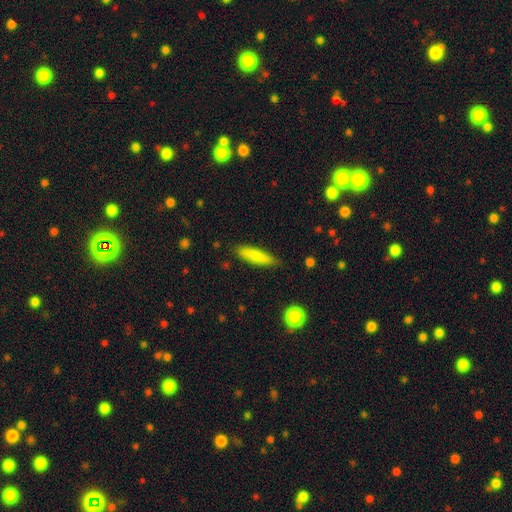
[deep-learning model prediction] Overall: smooth (80%). How rounded: cigar-shaped (73%). Merging: none (80%).